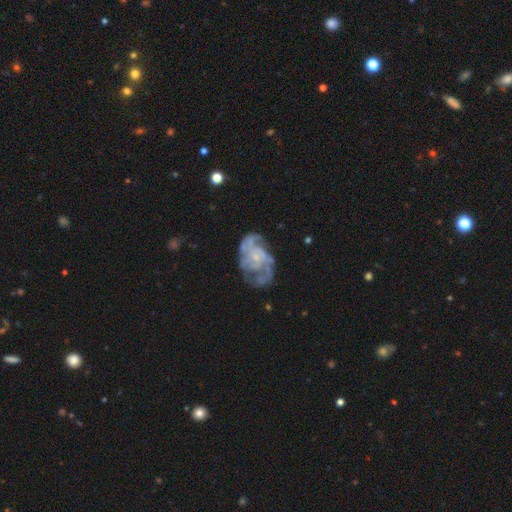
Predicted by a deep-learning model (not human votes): This appears to be a featured or disk galaxy (84%) with no bar (72%), 3 (27%, tied with can't tell) medium (44%) spiral arms (90%) and a small central bulge (67%). Merging: none (55%).